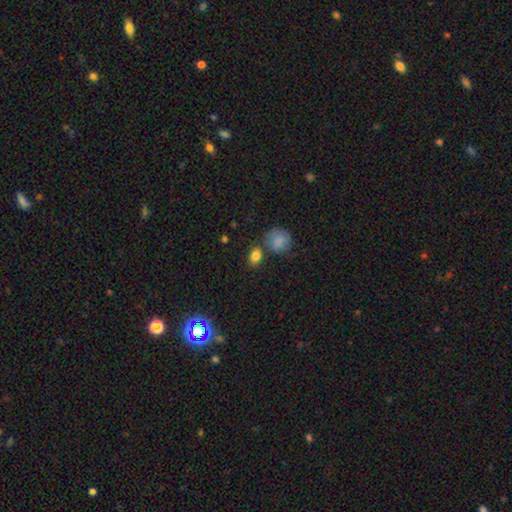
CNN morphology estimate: smooth-or-featured: smooth: 83% | star or artifact: 11% | featured or disk: 6%
  how-rounded: in between: 64% | round: 34% | cigar-shaped: 2%
  merging: none: 69% | merger: 13% | minor disturbance: 13% | major disturbance: 4%